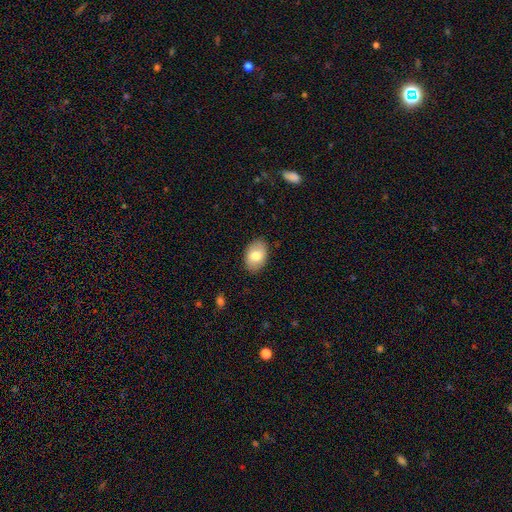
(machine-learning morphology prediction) Smooth or featured: smooth — 78% (featured or disk — 15%)
How rounded: in between — 85% (round — 14%)
Merging: none — 86% (minor disturbance — 10%)